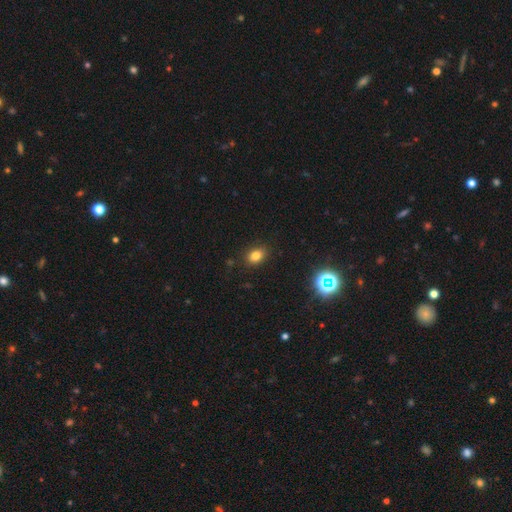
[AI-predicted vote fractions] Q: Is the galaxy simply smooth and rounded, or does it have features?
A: smooth — 79%.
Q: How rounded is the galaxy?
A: in between — 69%.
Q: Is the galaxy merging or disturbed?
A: none — 87%.